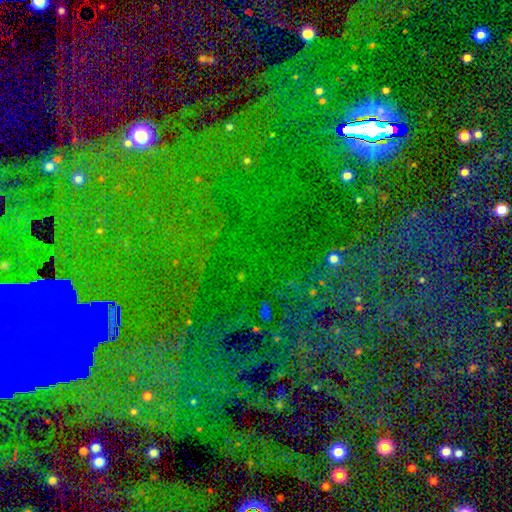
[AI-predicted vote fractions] star or artifact 77%, smooth 13%, featured or disk 10%.